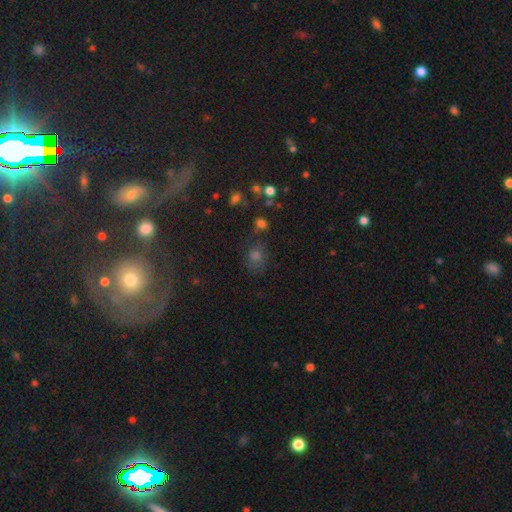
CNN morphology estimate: Smooth or featured? smooth (52%)
How rounded? round (63%)
Merging? none (69%)